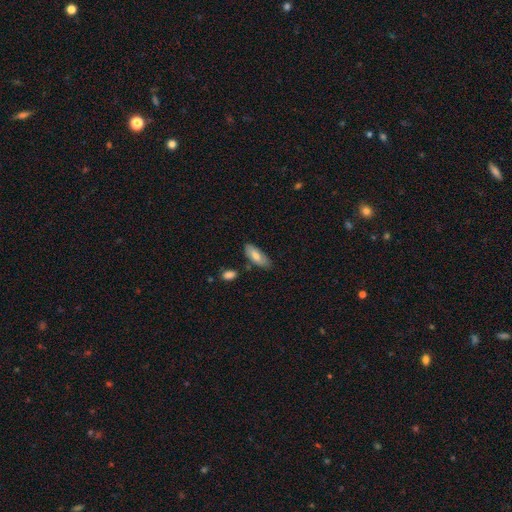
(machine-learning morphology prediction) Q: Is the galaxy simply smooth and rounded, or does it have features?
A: smooth — 72%.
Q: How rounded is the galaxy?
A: in between — 82%.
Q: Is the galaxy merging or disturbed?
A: none — 76%.